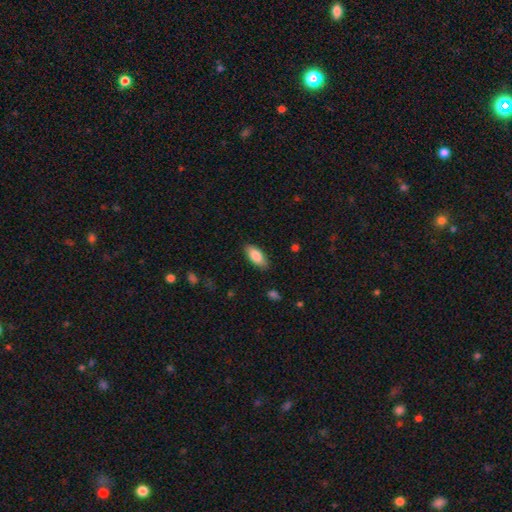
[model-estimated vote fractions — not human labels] Q: Smooth or featured?
A: smooth (85%); runner-up: featured or disk (9%)
Q: How rounded?
A: in between (87%); runner-up: cigar-shaped (11%)
Q: Merging?
A: none (86%); runner-up: minor disturbance (11%)